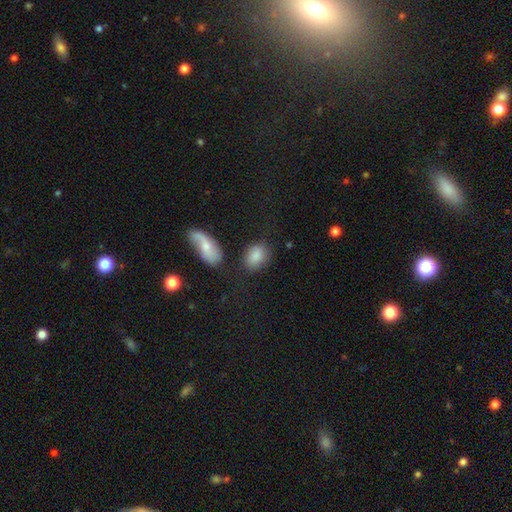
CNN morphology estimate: type=smooth (84%); roundness=in between (78%); merging=none (70%).